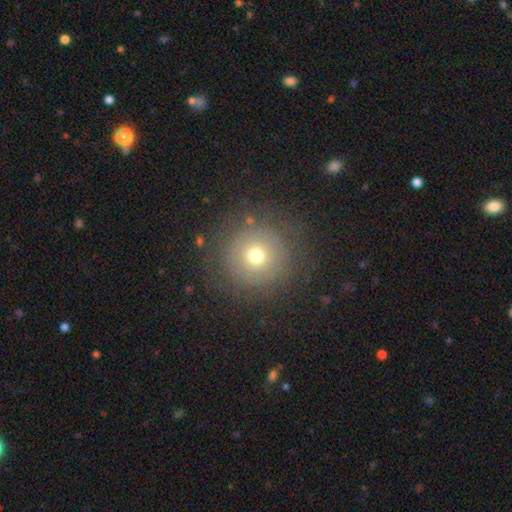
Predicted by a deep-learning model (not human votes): This appears to be a smooth galaxy with no disk features (61%) that is round (95%). Merging: none (81%).